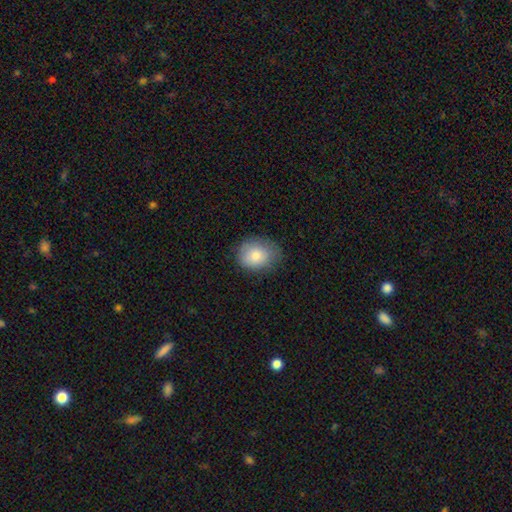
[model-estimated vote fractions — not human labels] Morphology: type=smooth (82%); roundness=in between (50%); merging=none (71%).